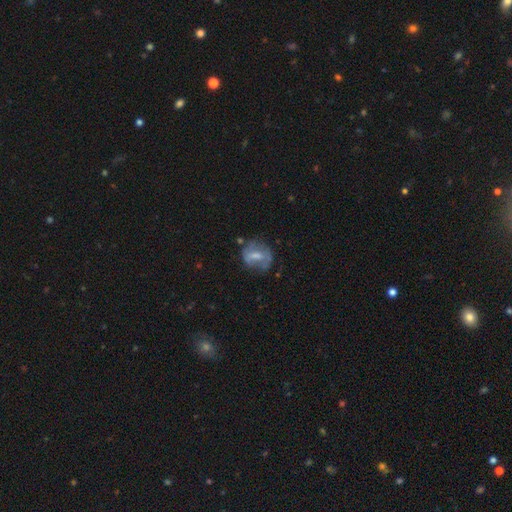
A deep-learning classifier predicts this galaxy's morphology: This appears to be a featured or disk galaxy (50%). Merging: none (56%).